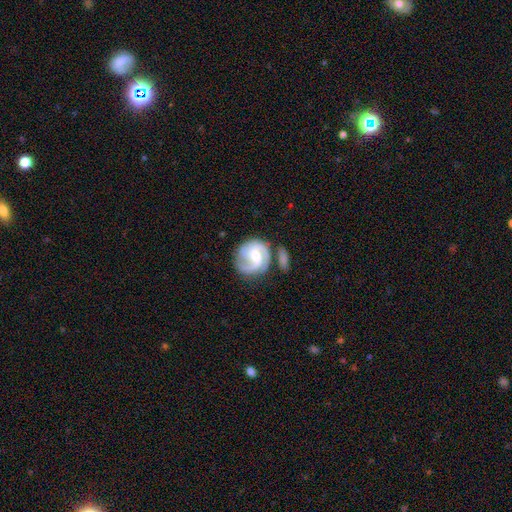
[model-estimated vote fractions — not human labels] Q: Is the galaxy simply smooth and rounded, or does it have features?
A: featured or disk — 86%.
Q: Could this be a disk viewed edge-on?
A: no — 98%.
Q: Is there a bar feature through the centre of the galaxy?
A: weak — 48%.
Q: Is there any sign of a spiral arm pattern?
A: yes — 97%.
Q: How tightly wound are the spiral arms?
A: medium — 49%.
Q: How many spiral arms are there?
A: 2 — 55%.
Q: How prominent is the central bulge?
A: moderate — 52%.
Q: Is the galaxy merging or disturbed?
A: none — 59%.